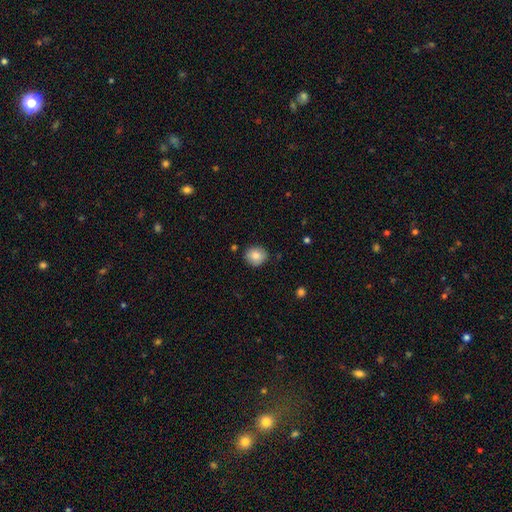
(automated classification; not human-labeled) Smooth or featured: smooth — 83% (featured or disk — 8%)
How rounded: round — 78% (in between — 21%)
Merging: none — 83% (minor disturbance — 12%)